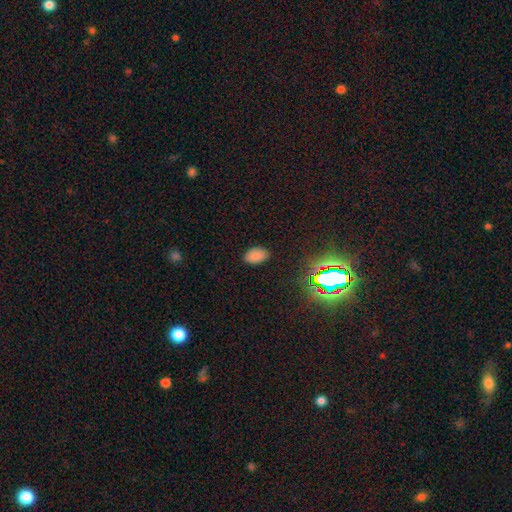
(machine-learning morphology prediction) Overall: smooth (82%). How rounded: in between (92%). Merging: none (87%).